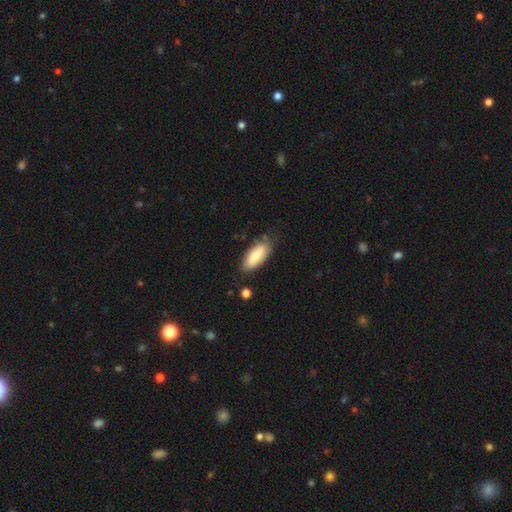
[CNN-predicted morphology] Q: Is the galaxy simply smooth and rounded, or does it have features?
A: smooth — 76%.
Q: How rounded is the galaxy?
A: in between — 78%.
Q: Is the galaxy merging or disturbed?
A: none — 74%.